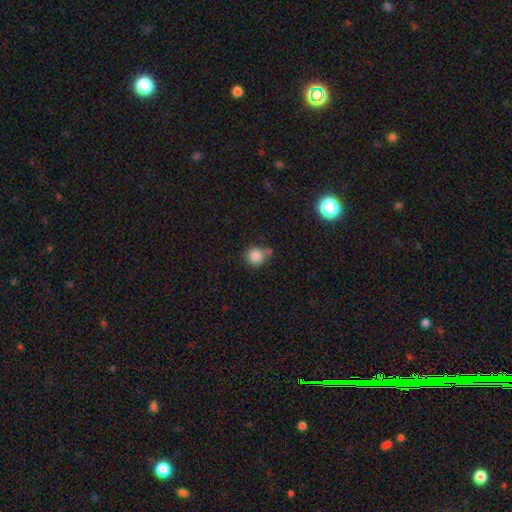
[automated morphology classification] smooth-or-featured: smooth: 85% | star or artifact: 11% | featured or disk: 4%
  how-rounded: round: 87% | in between: 12% | cigar-shaped: 1%
  merging: none: 59% | minor disturbance: 23% | merger: 13% | major disturbance: 6%